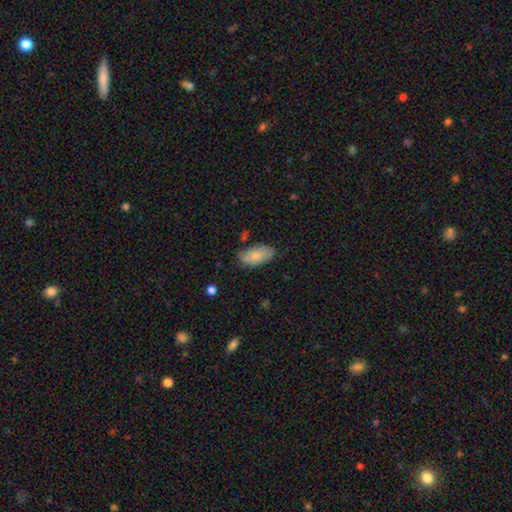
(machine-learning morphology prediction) type=smooth (82%); roundness=in between (93%); merging=none (71%).